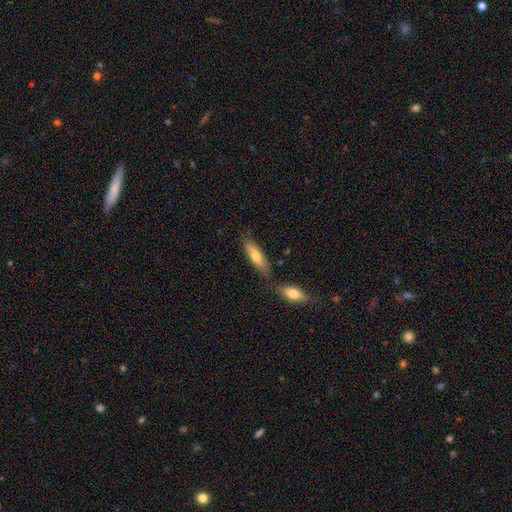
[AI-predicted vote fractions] A smooth galaxy with no disk features (66%) that is cigar-shaped (53%).

Vote fractions:
- Smooth or featured? smooth: 66% / featured or disk: 28% / star or artifact: 6%
- How rounded? cigar-shaped: 53% / in between: 45% / round: 2%
- Merging? none: 67% / minor disturbance: 16% / merger: 13% / major disturbance: 4%